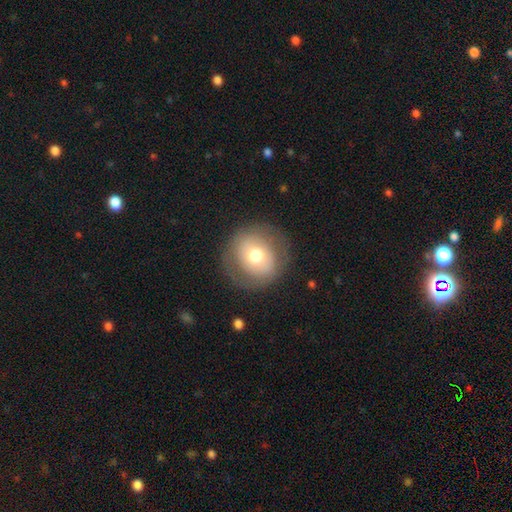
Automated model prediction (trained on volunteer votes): The model was most divided on "smooth or featured": smooth: 60%, featured or disk: 31%, star or artifact: 9%. More confident: how rounded — round (88%); merging — none (79%).